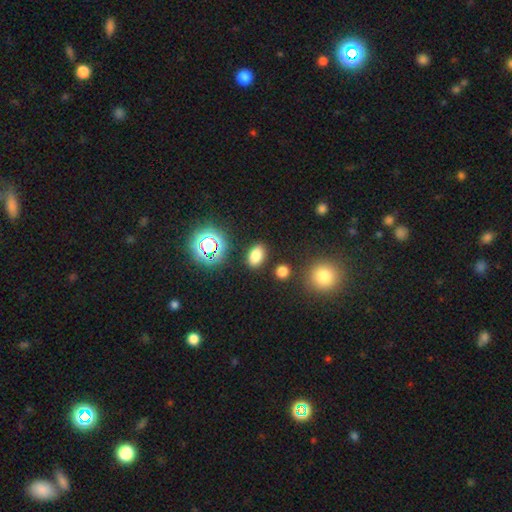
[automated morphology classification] The model was most divided on "smooth or featured": smooth: 78%, star or artifact: 16%, featured or disk: 6%. More confident: merging — none (86%); how rounded — in between (83%).